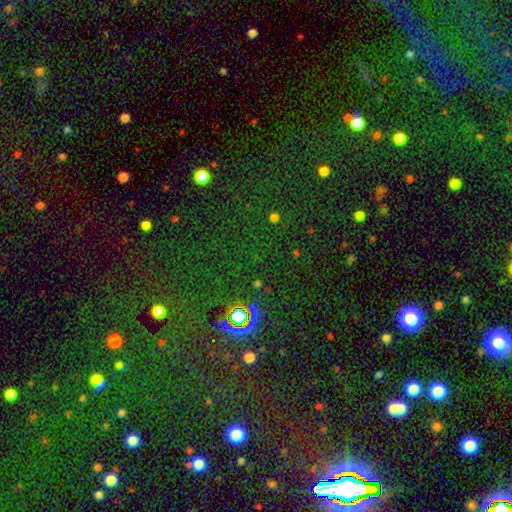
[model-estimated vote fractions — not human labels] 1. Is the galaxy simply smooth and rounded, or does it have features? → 74% star or artifact, 18% smooth, 8% featured or disk.